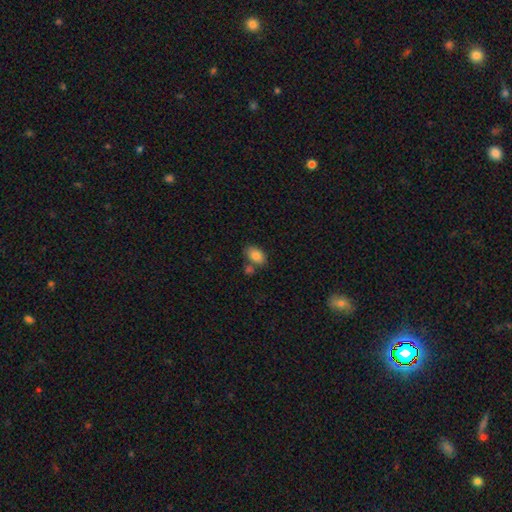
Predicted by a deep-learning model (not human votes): This is clearly a smooth galaxy (84%). How rounded: clearly in between (88%). Merging: likely none (64%).